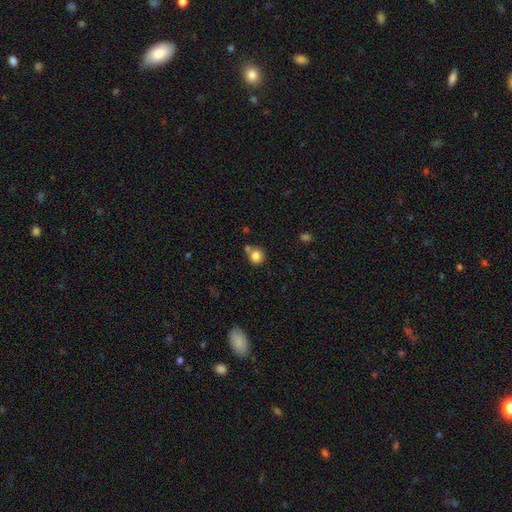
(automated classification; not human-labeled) Smooth or featured? smooth (83%)
How rounded? round (86%)
Merging? none (64%)